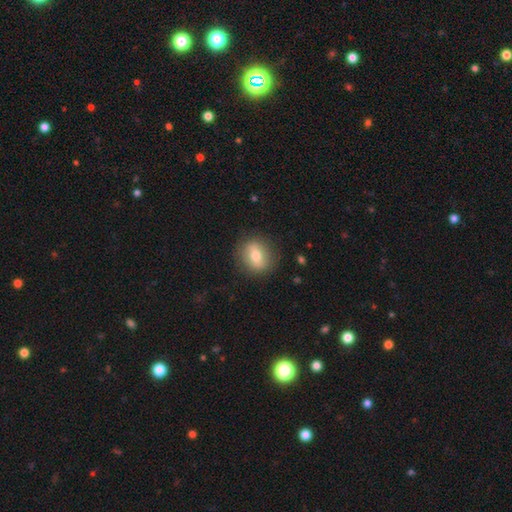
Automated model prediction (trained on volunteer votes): smooth-or-featured: smooth: 64% | featured or disk: 29% | star or artifact: 8%
  how-rounded: round: 60% | in between: 38% | cigar-shaped: 2%
  merging: none: 85% | minor disturbance: 11% | major disturbance: 3% | merger: 1%